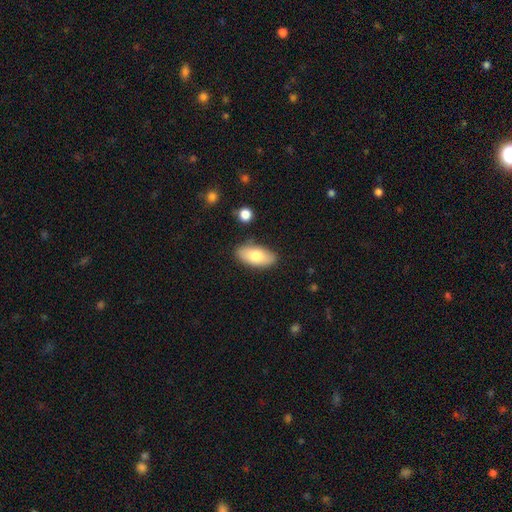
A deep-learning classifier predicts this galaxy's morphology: Smooth or featured? Predicted: smooth (p=0.76). How rounded? Predicted: in between (p=0.91). Merging? Predicted: none (p=0.83).